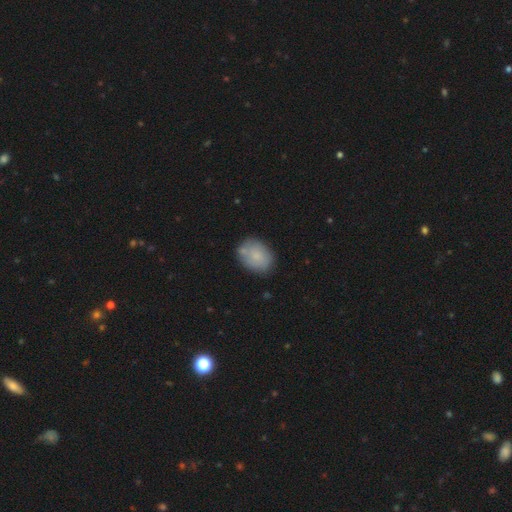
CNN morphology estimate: smooth 79%, featured or disk 14%, star or artifact 7%. Down the decision tree: how rounded — in between (66%); merging — none (70%).